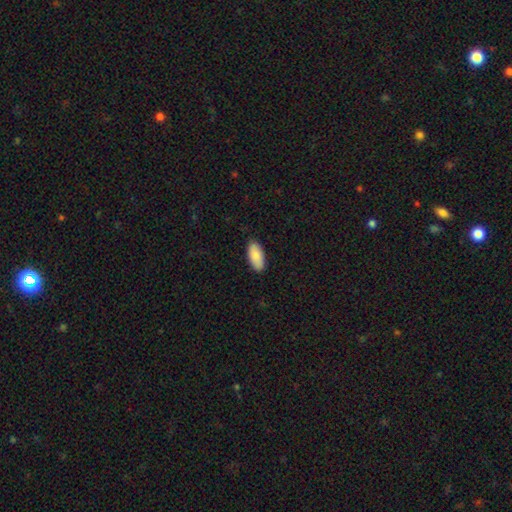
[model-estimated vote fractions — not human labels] Overall: smooth (87%). How rounded: in between (91%). Merging: none (88%).